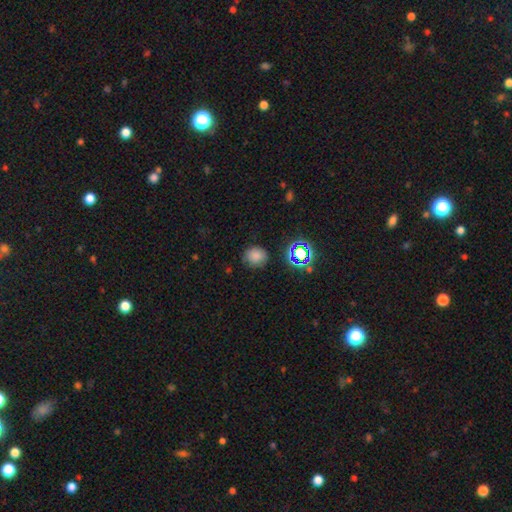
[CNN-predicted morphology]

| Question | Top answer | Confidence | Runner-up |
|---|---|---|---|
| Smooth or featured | smooth | 75% | star or artifact (18%) |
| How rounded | round | 77% | in between (22%) |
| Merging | none | 77% | minor disturbance (16%) |